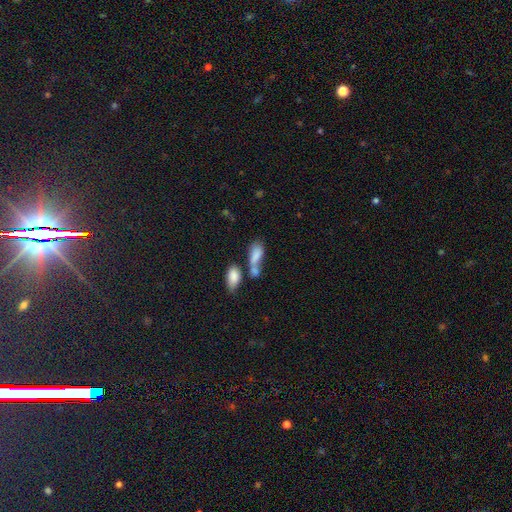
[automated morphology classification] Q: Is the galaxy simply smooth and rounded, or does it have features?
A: smooth — 79%.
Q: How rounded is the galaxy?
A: in between — 84%.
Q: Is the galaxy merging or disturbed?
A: merger — 58%.